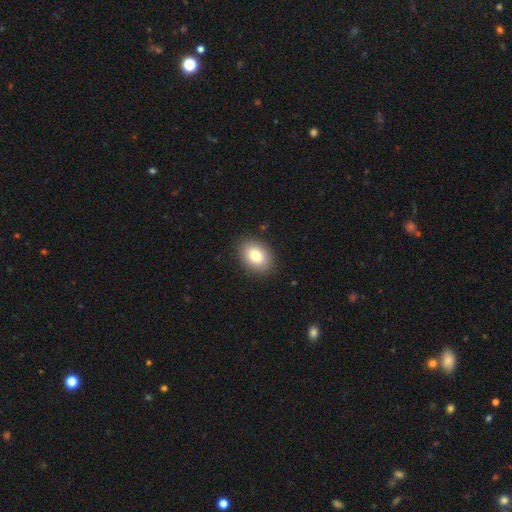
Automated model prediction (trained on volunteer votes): Overall: smooth (79%). How rounded: in between (68%; round 31%). Merging: none (88%).